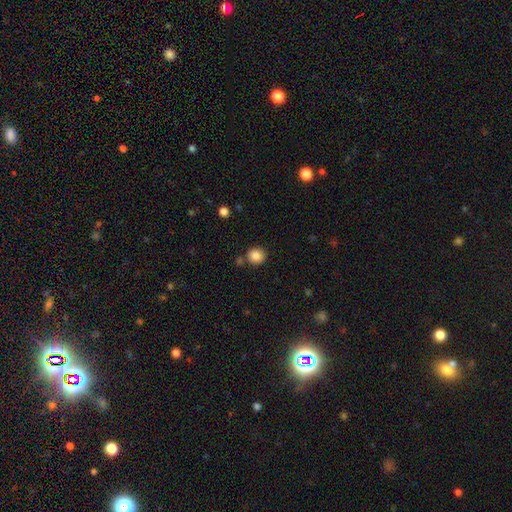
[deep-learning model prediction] Morphology: type=smooth (86%); roundness=round (87%); merging=none (81%).